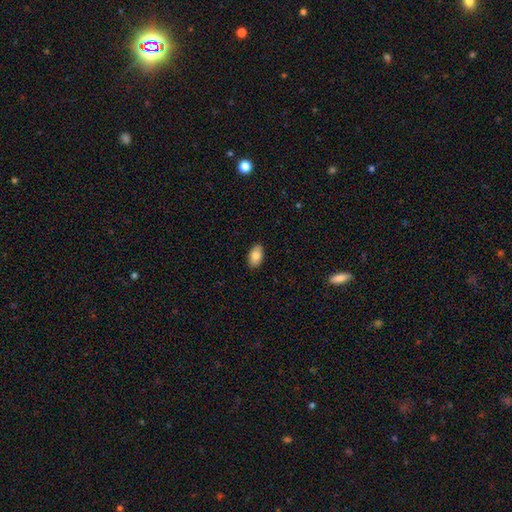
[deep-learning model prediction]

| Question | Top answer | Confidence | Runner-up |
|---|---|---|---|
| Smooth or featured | smooth | 85% | featured or disk (8%) |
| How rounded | in between | 93% | round (5%) |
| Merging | none | 89% | minor disturbance (8%) |